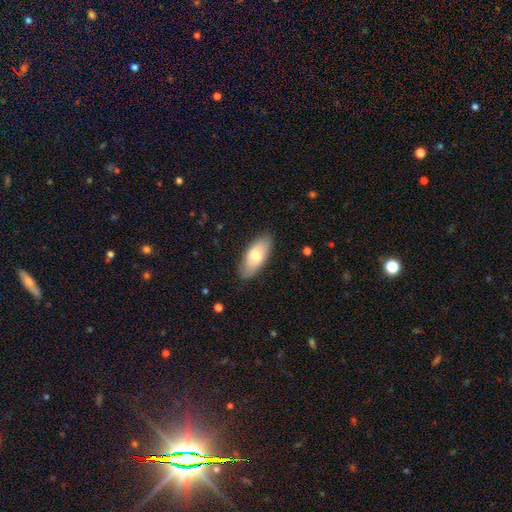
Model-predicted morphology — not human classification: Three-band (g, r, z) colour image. It shows a smooth galaxy with no disk features (67%) that is in between round and cigar-shaped (89%). Merging: none (83%).